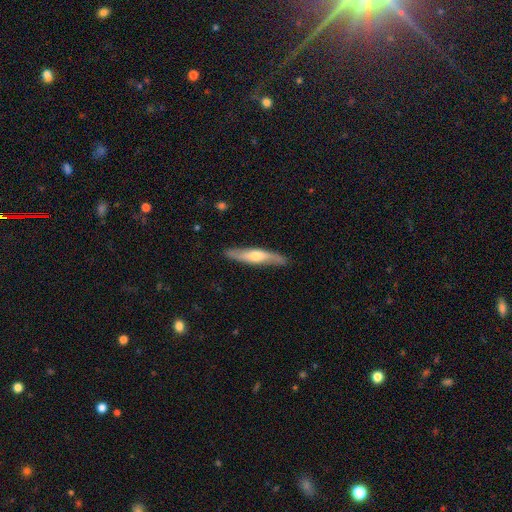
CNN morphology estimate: Smooth or featured? featured or disk (55%)
Edge-on disk? yes (70%)
Merging? none (85%)